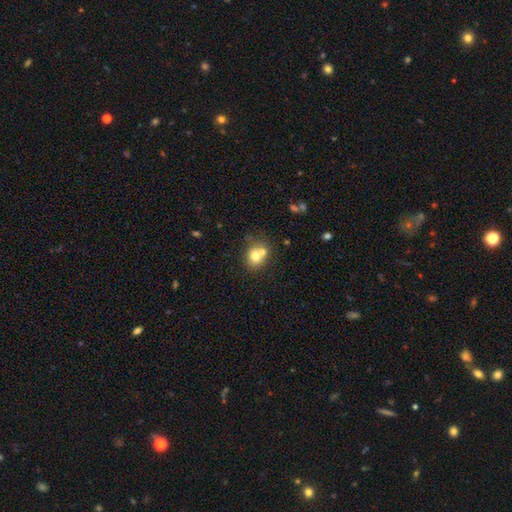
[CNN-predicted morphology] Smooth or featured? Predicted: smooth (p=0.72). How rounded? Predicted: round (p=0.75). Merging? Predicted: none (p=0.45).